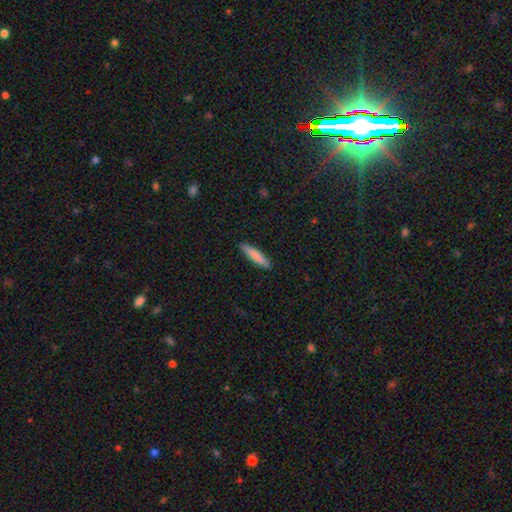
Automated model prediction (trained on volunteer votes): Smooth or featured: smooth — 81% (featured or disk — 14%)
How rounded: cigar-shaped — 87% (in between — 12%)
Merging: none — 90% (minor disturbance — 8%)